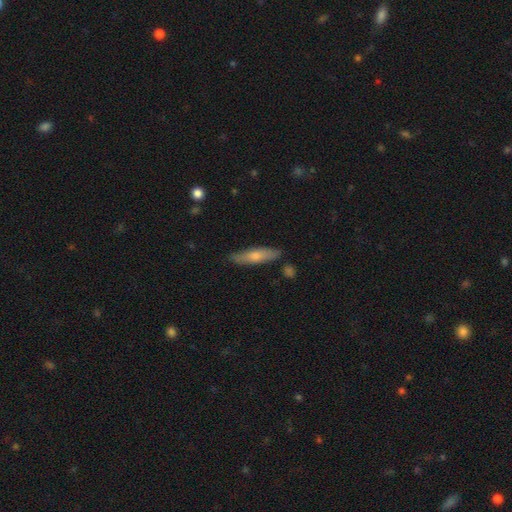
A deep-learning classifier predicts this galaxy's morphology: The model was most divided on "smooth or featured": smooth: 58%, featured or disk: 36%, star or artifact: 6%. More confident: merging — none (85%); how rounded — cigar-shaped (76%).